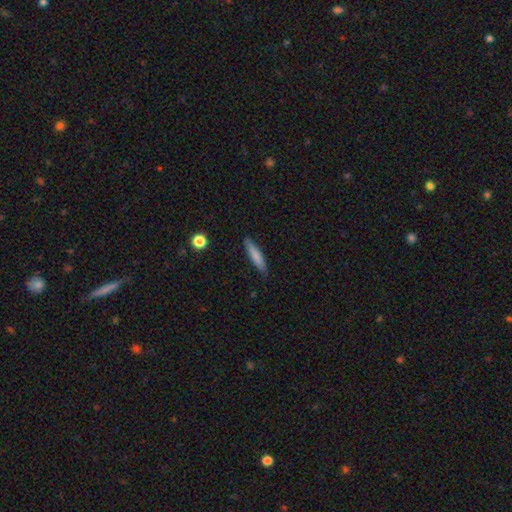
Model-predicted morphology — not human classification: Smooth or featured: smooth — 76% (featured or disk — 18%)
How rounded: cigar-shaped — 86% (in between — 13%)
Merging: none — 84% (minor disturbance — 12%)